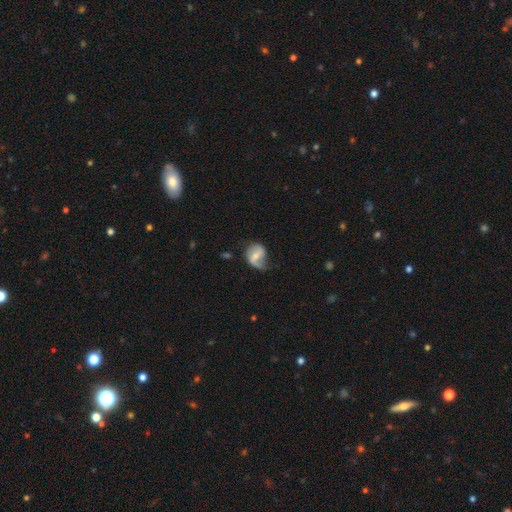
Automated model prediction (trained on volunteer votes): Q: Smooth or featured?
A: featured or disk (59%); runner-up: smooth (34%)
Q: Edge-on disk?
A: no (97%); runner-up: yes (3%)
Q: Bar?
A: weak (46%); runner-up: strong (29%)
Q: Spiral arms?
A: yes (81%); runner-up: no (19%)
Q: Bulge size?
A: small (45%); runner-up: moderate (41%)
Q: Merging?
A: none (41%); runner-up: minor disturbance (34%)